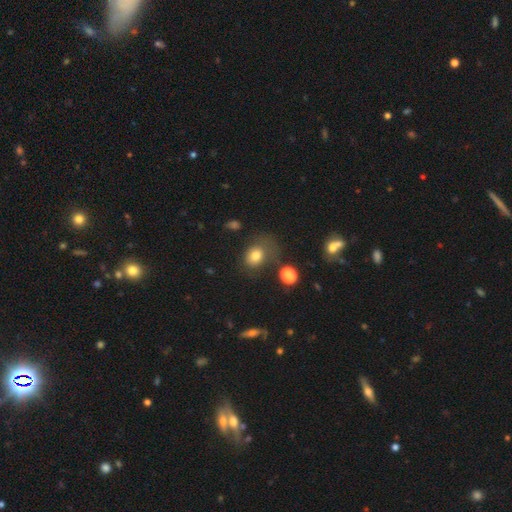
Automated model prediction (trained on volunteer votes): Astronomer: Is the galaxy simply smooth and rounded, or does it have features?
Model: smooth — 77%.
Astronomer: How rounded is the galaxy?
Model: in between — 54% (runner-up: round, 45%).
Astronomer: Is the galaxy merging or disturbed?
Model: none — 49% (runner-up: minor disturbance, 25%).